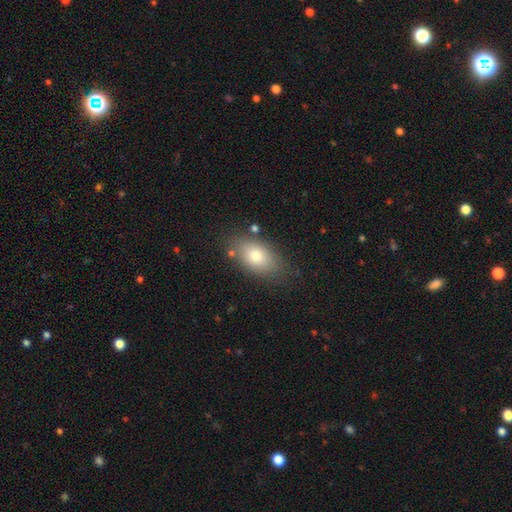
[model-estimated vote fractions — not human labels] Morphology: type=smooth (76%); roundness=in between (88%); merging=none (78%).